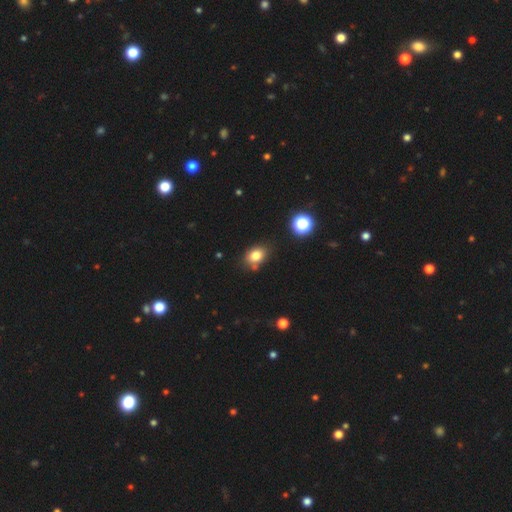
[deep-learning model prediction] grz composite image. It shows a smooth galaxy with no disk features (79%) that is in between round and cigar-shaped (66%). Merging: none (73%).